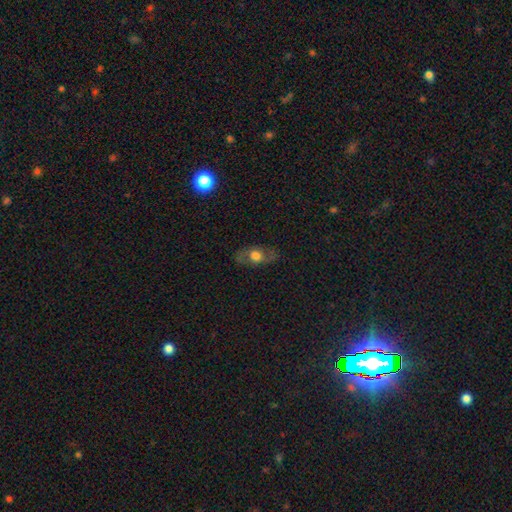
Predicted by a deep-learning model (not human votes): A featured or disk galaxy (46%).

Vote fractions:
- Smooth or featured? featured or disk: 46% / smooth: 44% / star or artifact: 10%
- Merging? none: 78% / minor disturbance: 14% / major disturbance: 6% / merger: 1%